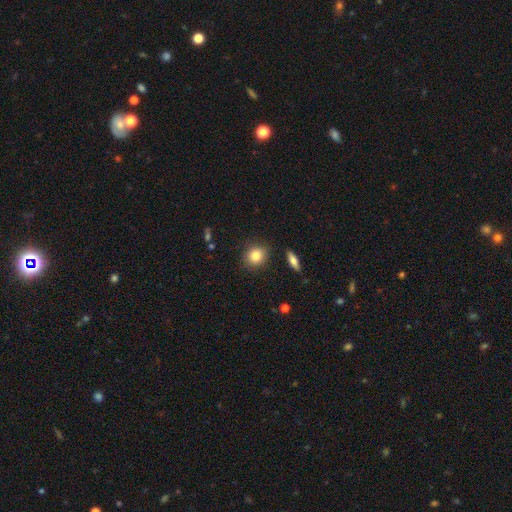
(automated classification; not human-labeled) smooth 83%, star or artifact 9%, featured or disk 8%. Down the decision tree: how rounded — round (77%); merging — none (87%).